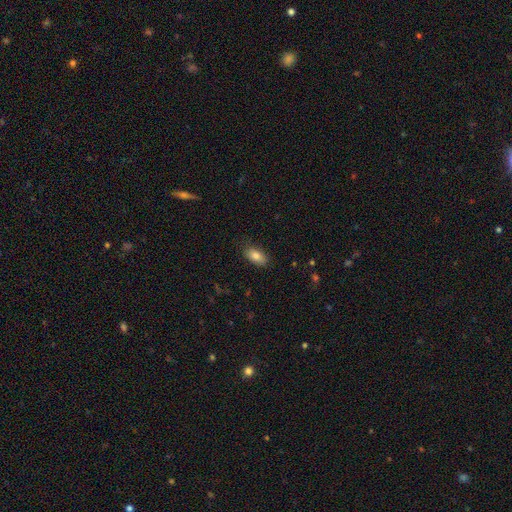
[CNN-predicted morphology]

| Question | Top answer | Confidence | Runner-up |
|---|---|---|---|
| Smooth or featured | smooth | 83% | featured or disk (9%) |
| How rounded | in between | 91% | cigar-shaped (4%) |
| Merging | none | 83% | minor disturbance (13%) |